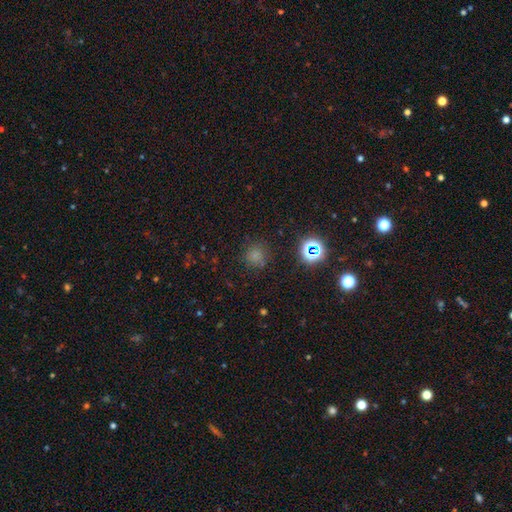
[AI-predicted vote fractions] Overall: smooth (64%; star or artifact 30%). How rounded: round (88%). Merging: none (78%).